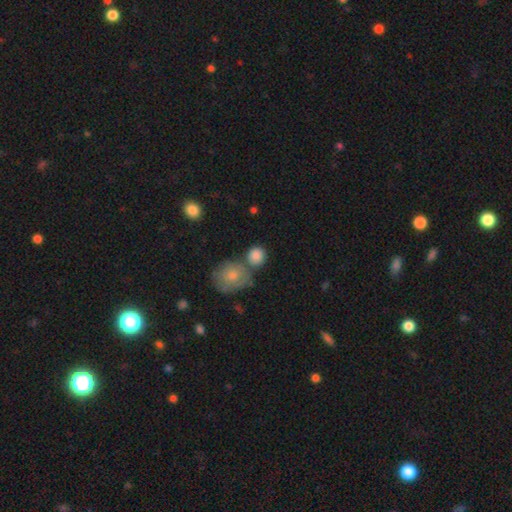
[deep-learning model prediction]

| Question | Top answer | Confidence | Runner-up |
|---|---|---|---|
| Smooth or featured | smooth | 85% | featured or disk (8%) |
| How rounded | round | 85% | in between (14%) |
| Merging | none | 57% | merger (28%) |